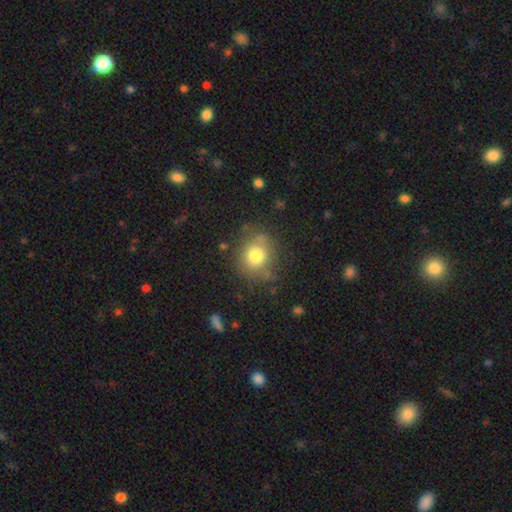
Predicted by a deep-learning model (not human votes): The model was most divided on "merging": none: 75%, minor disturbance: 15%, major disturbance: 6%, merger: 4%. More confident: how rounded — round (80%); smooth or featured — smooth (77%).